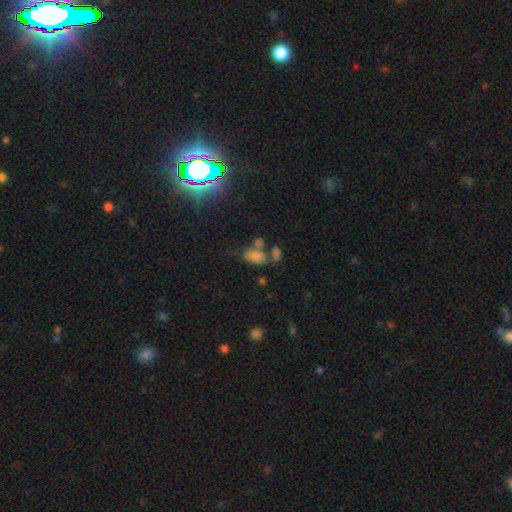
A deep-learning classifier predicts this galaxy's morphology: Smooth or featured? Predicted: smooth (p=0.76). How rounded? Predicted: in between (p=0.91). Merging? Predicted: none (p=0.40).